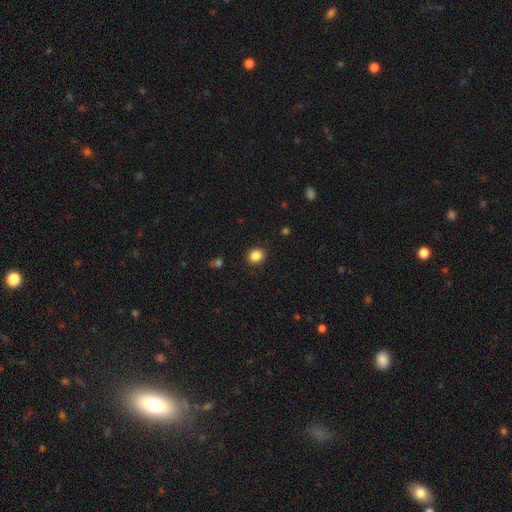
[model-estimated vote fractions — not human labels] Overall: smooth (86%). How rounded: round (74%). Merging: none (90%).